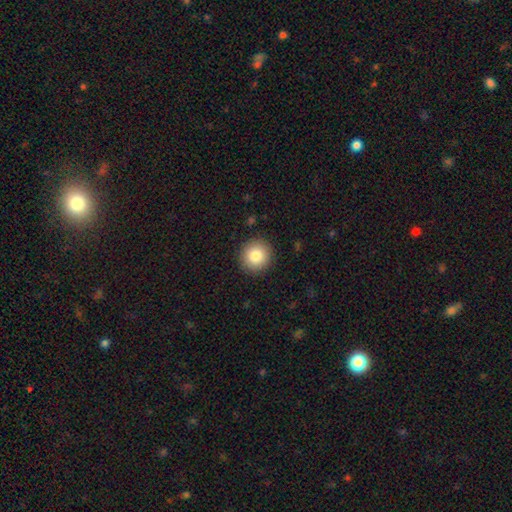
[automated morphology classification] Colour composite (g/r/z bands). It shows a smooth galaxy with no disk features (83%) that is round (94%). Merging: none (91%).